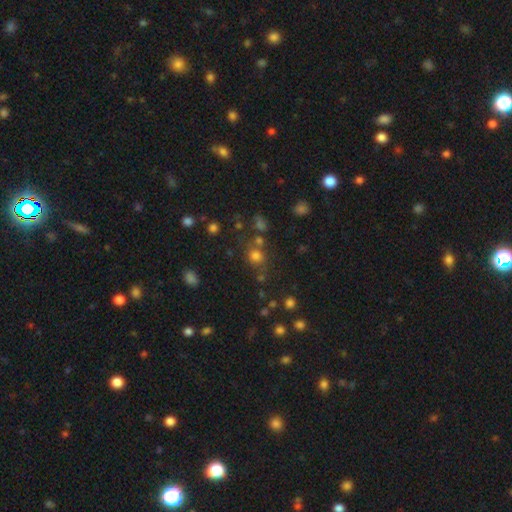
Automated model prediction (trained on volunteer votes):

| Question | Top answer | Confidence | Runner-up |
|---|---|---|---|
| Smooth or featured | smooth | 71% | star or artifact (20%) |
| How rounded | round | 79% | in between (20%) |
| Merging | none | 64% | merger (18%) |